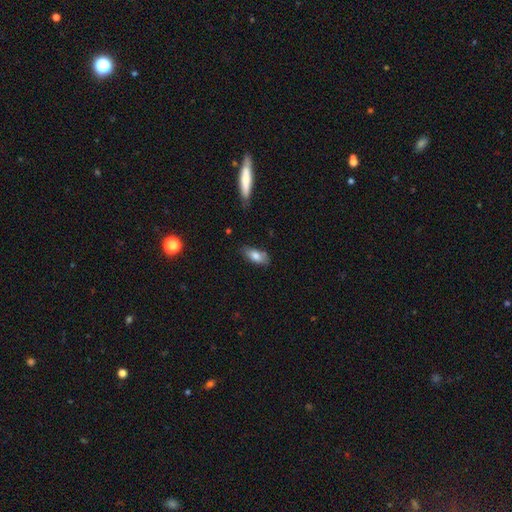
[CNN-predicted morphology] A smooth galaxy with no disk features (77%) that is in between round and cigar-shaped (85%).

Vote fractions:
- Smooth or featured? smooth: 77% / featured or disk: 16% / star or artifact: 7%
- How rounded? in between: 85% / cigar-shaped: 12% / round: 3%
- Merging? none: 69% / minor disturbance: 22% / merger: 5% / major disturbance: 4%